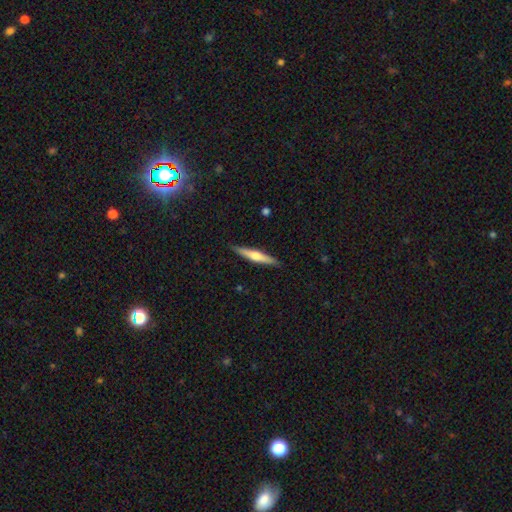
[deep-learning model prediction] A featured or disk galaxy (55%) viewed edge-on (96%) with a rounded central bulge (85%). Merging: none (89%).